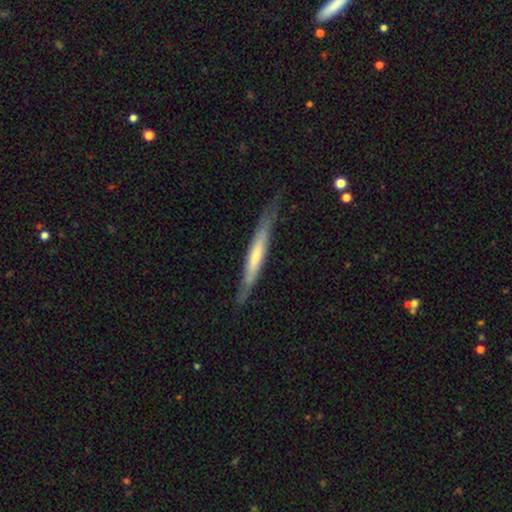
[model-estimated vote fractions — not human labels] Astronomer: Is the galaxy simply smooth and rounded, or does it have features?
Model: featured or disk — 55% (runner-up: smooth, 40%).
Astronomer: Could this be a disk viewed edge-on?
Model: yes — 88%.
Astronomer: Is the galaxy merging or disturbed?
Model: none — 74%.